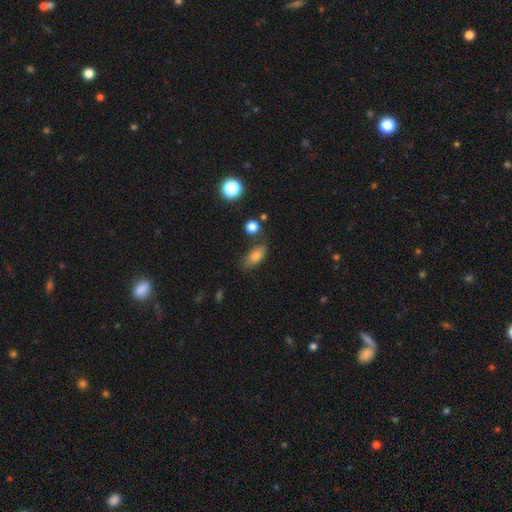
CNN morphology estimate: type=smooth (78%); roundness=in between (84%); merging=none (68%).